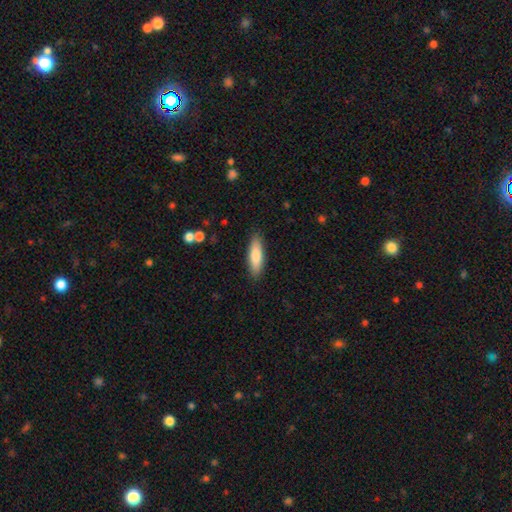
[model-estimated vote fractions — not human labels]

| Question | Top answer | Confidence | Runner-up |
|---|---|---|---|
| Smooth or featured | smooth | 79% | featured or disk (15%) |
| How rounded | cigar-shaped | 51% | in between (47%) |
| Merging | none | 89% | minor disturbance (8%) |